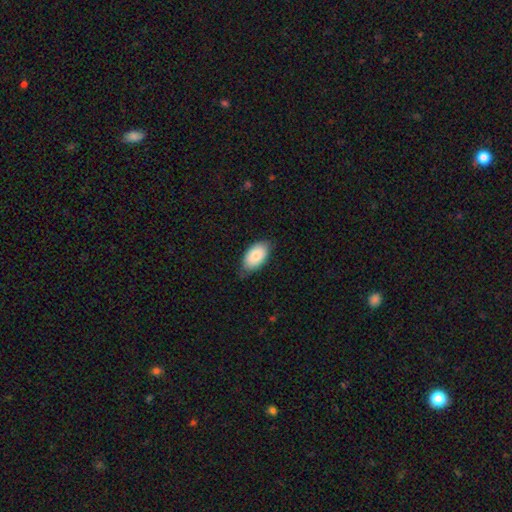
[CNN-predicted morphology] Smooth or featured: smooth — 85% (featured or disk — 9%)
How rounded: in between — 95% (round — 3%)
Merging: none — 73% (minor disturbance — 23%)